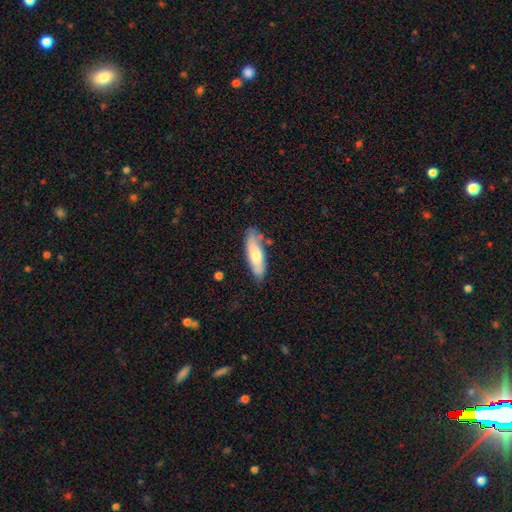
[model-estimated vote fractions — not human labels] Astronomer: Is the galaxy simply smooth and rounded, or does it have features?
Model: smooth — 69%.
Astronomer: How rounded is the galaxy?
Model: cigar-shaped — 52% (runner-up: in between, 47%).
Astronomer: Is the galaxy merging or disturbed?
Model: none — 73%.